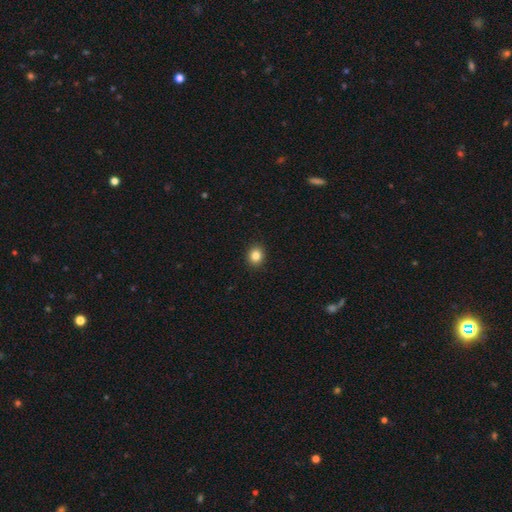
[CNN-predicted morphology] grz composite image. It shows a smooth galaxy with no disk features (84%) that is round (76%). Merging: none (92%).